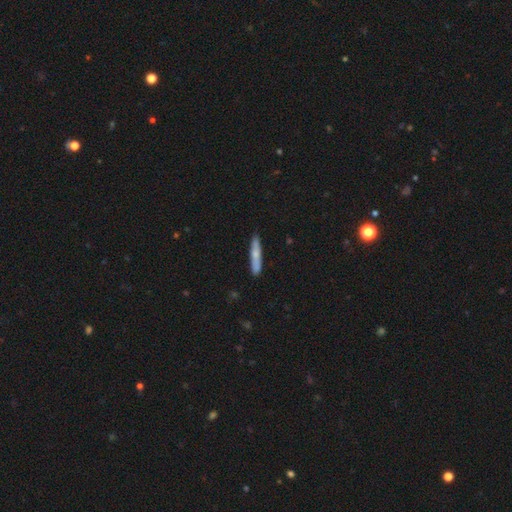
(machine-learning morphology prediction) This is likely a smooth galaxy (65%). How rounded: clearly cigar-shaped (92%). Merging: clearly none (87%).